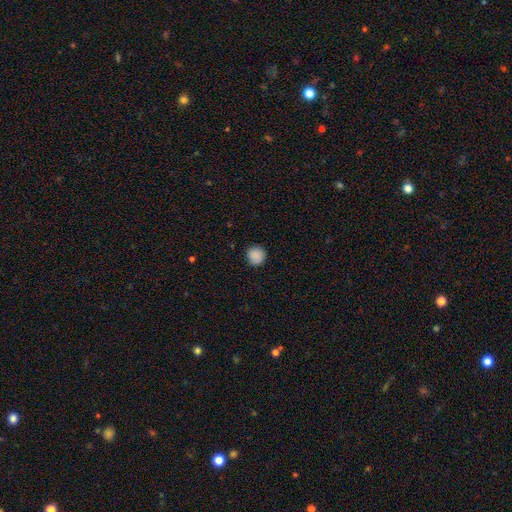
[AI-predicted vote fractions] Smooth or featured? Predicted: smooth (p=0.89). How rounded? Predicted: round (p=0.94). Merging? Predicted: none (p=0.90).